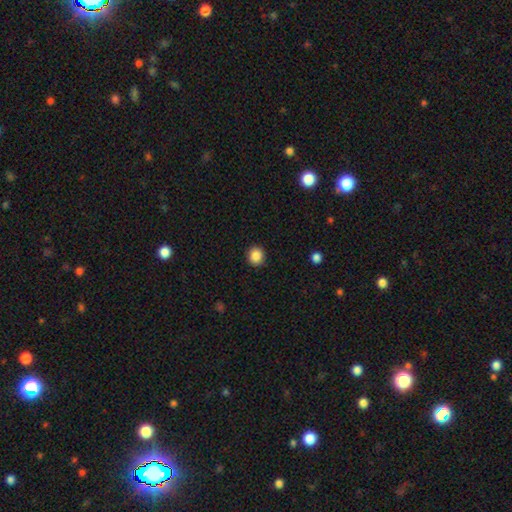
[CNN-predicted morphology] type=smooth (87%); roundness=round (86%); merging=none (91%).